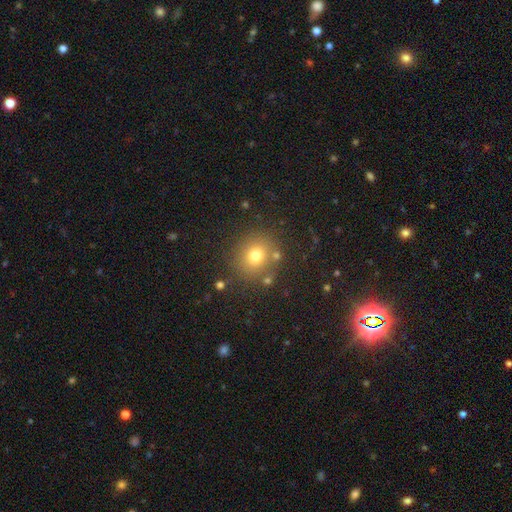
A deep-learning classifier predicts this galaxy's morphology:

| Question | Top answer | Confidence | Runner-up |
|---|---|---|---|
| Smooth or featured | smooth | 73% | star or artifact (16%) |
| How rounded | round | 83% | in between (16%) |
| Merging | none | 81% | minor disturbance (9%) |